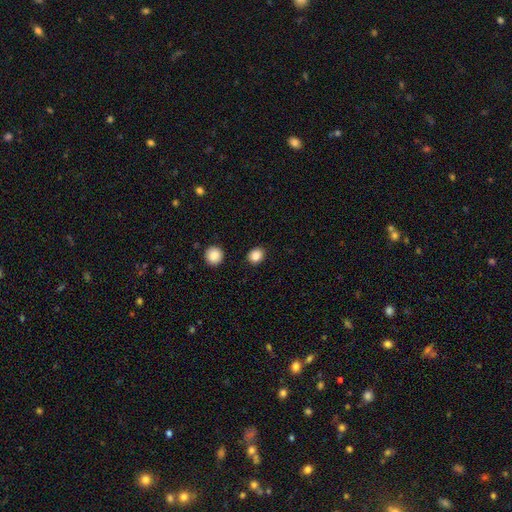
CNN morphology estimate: smooth 86%, star or artifact 10%, featured or disk 4%. Down the decision tree: how rounded — round (69%); merging — none (89%).